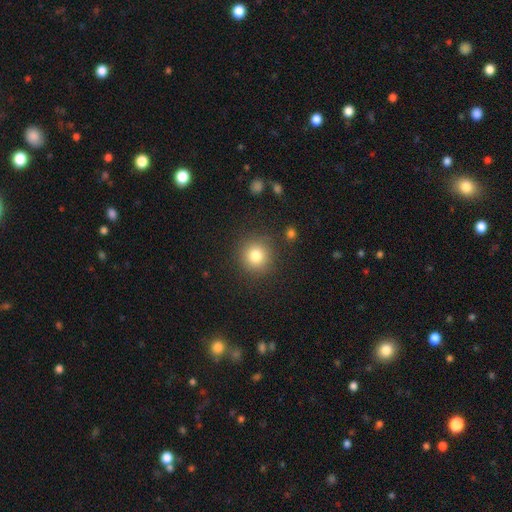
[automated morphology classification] Smooth or featured: smooth — 80% (star or artifact — 12%)
How rounded: round — 92% (in between — 7%)
Merging: none — 87% (minor disturbance — 8%)